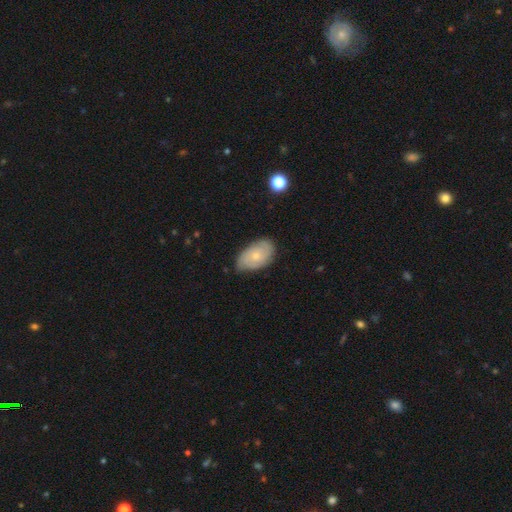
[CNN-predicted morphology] This appears to be a featured or disk galaxy (56%) with no bar (80%), spiral arms (83%) and a small central bulge (60%). Merging: none (71%).